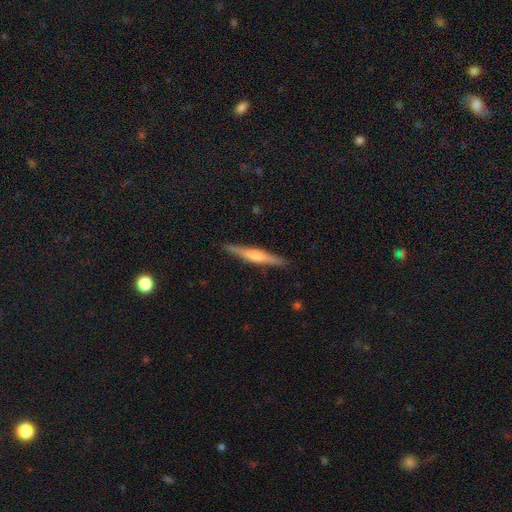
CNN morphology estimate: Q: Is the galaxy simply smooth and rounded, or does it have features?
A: featured or disk — 67%.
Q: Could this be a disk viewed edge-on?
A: yes — 98%.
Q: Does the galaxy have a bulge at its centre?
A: rounded — 65%.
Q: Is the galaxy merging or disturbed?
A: none — 91%.